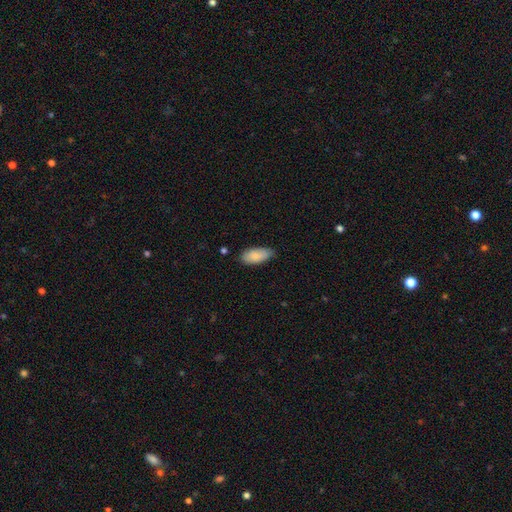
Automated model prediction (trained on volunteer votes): Q: Smooth or featured?
A: smooth (87%); runner-up: featured or disk (7%)
Q: How rounded?
A: in between (88%); runner-up: cigar-shaped (10%)
Q: Merging?
A: none (73%); runner-up: minor disturbance (22%)